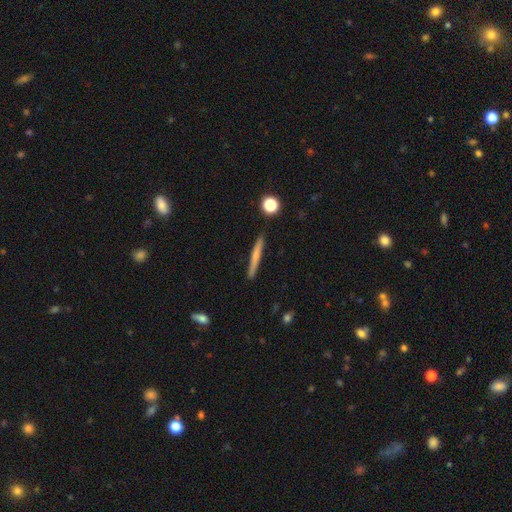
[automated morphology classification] Smooth or featured: smooth — 60% (featured or disk — 34%)
How rounded: cigar-shaped — 95% (in between — 3%)
Merging: none — 89% (minor disturbance — 7%)